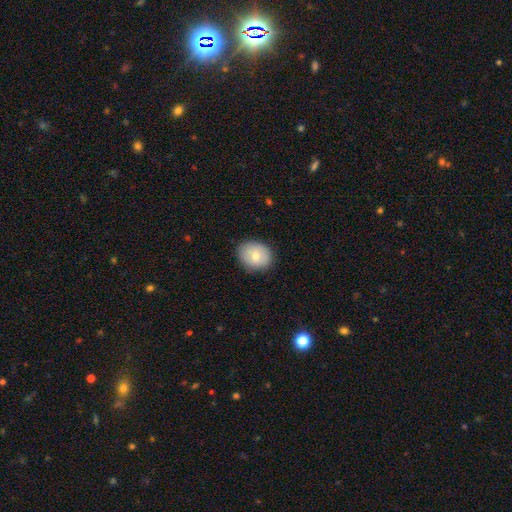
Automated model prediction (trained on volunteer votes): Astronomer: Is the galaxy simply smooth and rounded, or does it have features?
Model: smooth — 77%.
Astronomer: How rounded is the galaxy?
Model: round — 59% (runner-up: in between, 40%).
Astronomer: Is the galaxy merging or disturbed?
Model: none — 85%.